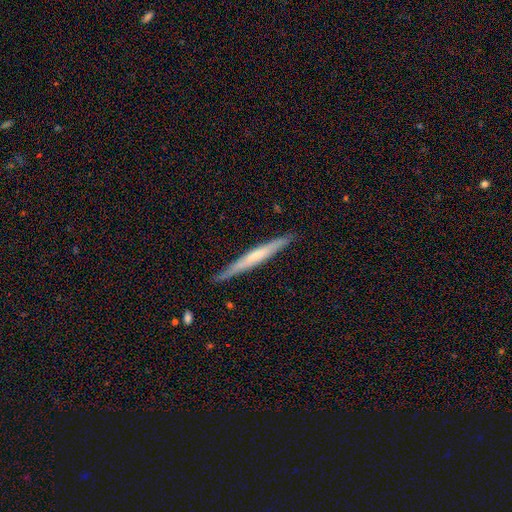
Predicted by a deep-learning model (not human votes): smooth_or_featured: featured or disk (p=0.54) [alt: smooth p=0.40]
disk_edge_on: yes (p=0.96) [alt: no p=0.04]
edge_on_bulge: none (p=0.55) [alt: rounded p=0.35]
merging: none (p=0.88) [alt: minor disturbance p=0.10]